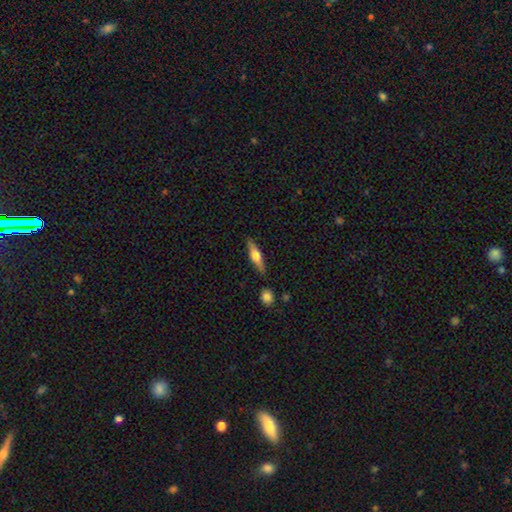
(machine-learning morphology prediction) Smooth or featured?
  - featured or disk: 53% *
  - smooth: 41%
  - star or artifact: 6%
Edge-on disk?
  - yes: 94% *
  - no: 6%
Merging?
  - none: 84% *
  - minor disturbance: 10%
  - merger: 3%
  - major disturbance: 2%